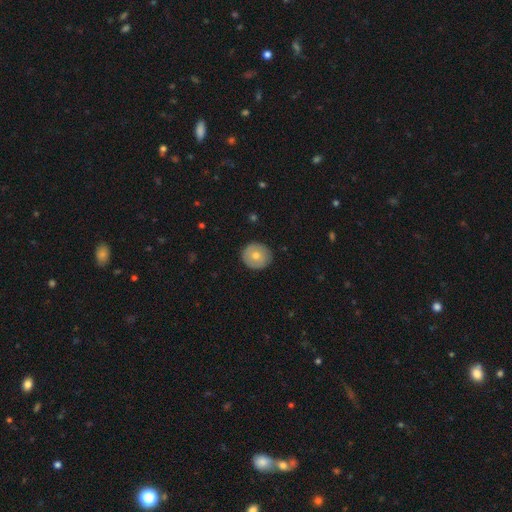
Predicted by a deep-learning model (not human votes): Overall: smooth (66%; featured or disk 27%). How rounded: round (91%). Merging: none (89%).